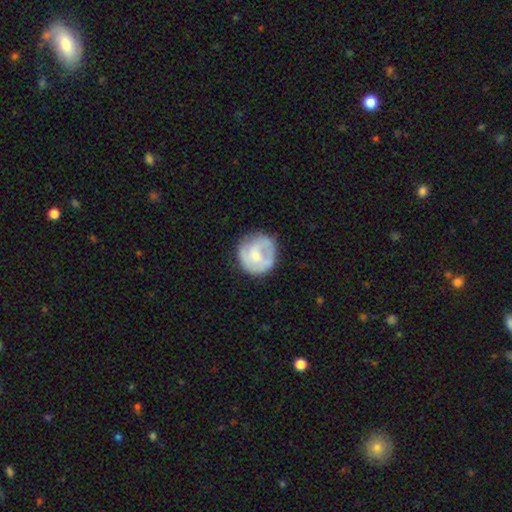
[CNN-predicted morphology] This appears to be a featured or disk galaxy (47%, tied with smooth). Merging: none (68%).